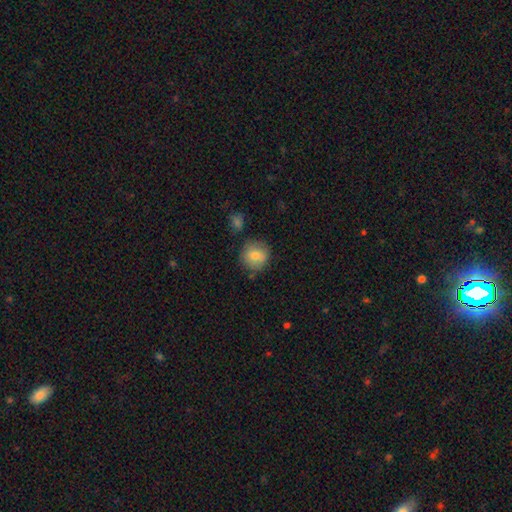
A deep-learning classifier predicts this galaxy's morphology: Smooth or featured?
  - smooth: 79% *
  - featured or disk: 12%
  - star or artifact: 8%
How rounded?
  - round: 90% *
  - in between: 9%
  - cigar-shaped: 1%
Merging?
  - none: 78% *
  - minor disturbance: 14%
  - merger: 5%
  - major disturbance: 3%